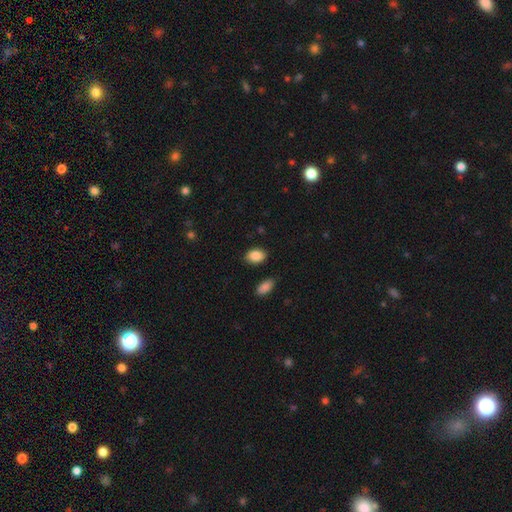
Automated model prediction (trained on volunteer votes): Morphology: type=smooth (88%); roundness=in between (82%); merging=none (84%).